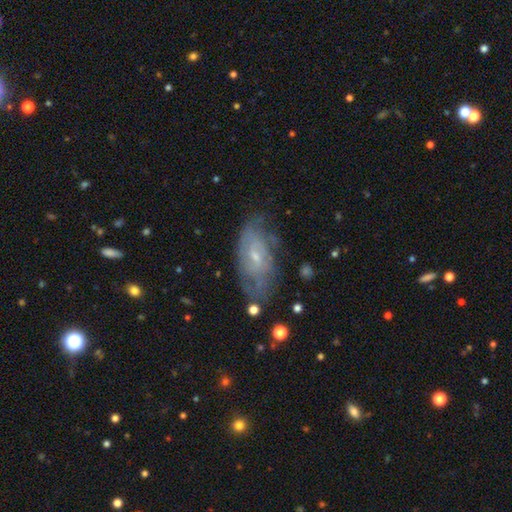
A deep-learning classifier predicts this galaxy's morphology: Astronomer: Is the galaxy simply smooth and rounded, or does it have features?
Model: featured or disk — 69%.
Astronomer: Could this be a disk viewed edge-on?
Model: no — 91%.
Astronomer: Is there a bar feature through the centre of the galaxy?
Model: no — 59% (runner-up: weak, 35%).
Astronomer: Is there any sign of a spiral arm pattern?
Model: yes — 81%.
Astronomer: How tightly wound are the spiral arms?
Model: tight — 56% (runner-up: medium, 32%).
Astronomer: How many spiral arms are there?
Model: can't tell — 58%.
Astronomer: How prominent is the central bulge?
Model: small — 67%.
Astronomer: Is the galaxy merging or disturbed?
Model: none — 65%.